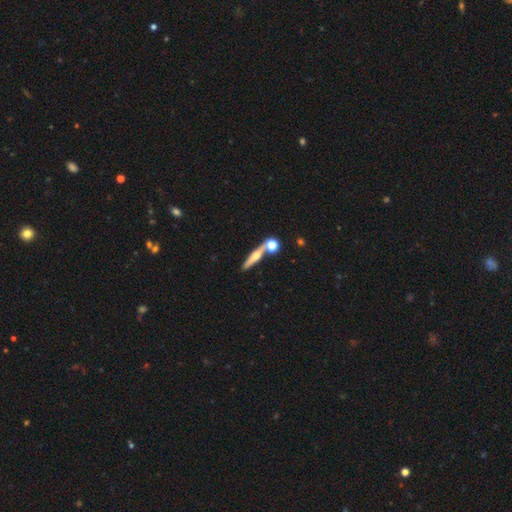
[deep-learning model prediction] A featured or disk galaxy (61%) viewed edge-on (95%) with a rounded central bulge (93%).

Vote fractions:
- Smooth or featured? featured or disk: 61% / smooth: 30% / star or artifact: 9%
- Edge-on disk? yes: 95% / no: 5%
- Edge-on bulge? rounded: 93% / none: 4% / boxy: 4%
- Merging? none: 73% / merger: 15% / minor disturbance: 8% / major disturbance: 3%